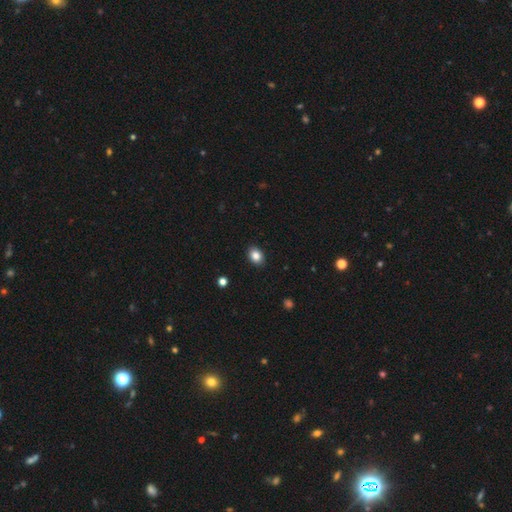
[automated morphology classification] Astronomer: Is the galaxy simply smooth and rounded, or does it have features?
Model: smooth — 85%.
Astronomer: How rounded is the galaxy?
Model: in between — 65%.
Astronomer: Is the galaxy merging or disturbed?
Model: none — 90%.